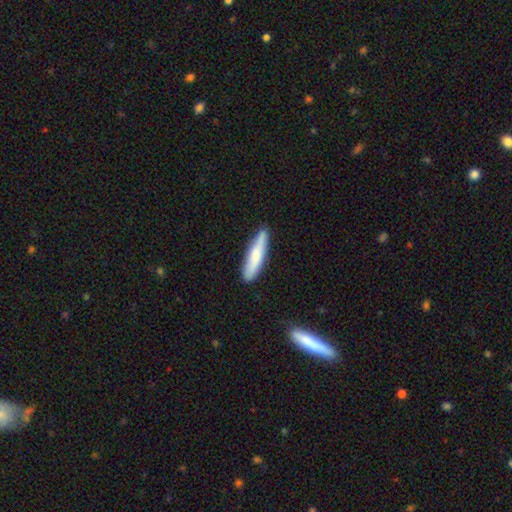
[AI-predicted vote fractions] A smooth galaxy with no disk features (71%) that is cigar-shaped (85%).

Vote fractions:
- Smooth or featured? smooth: 71% / featured or disk: 24% / star or artifact: 5%
- How rounded? cigar-shaped: 85% / in between: 14% / round: 1%
- Merging? none: 85% / minor disturbance: 11% / major disturbance: 2% / merger: 2%